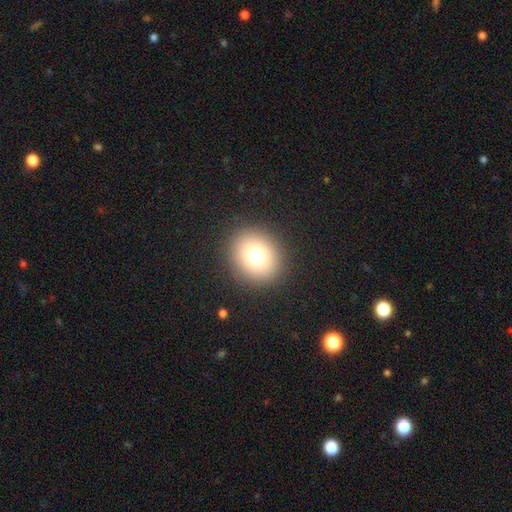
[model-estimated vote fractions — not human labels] This appears to be a smooth galaxy with no disk features (73%) that is round (81%). Merging: none (89%).